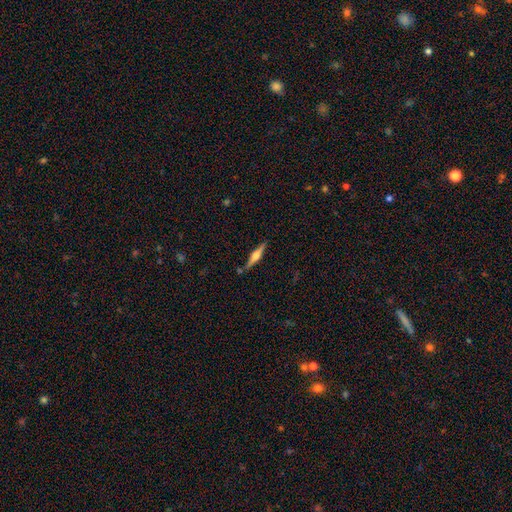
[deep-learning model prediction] A featured or disk galaxy (69%) viewed edge-on (97%) with a rounded central bulge (90%). Merging: none (84%).